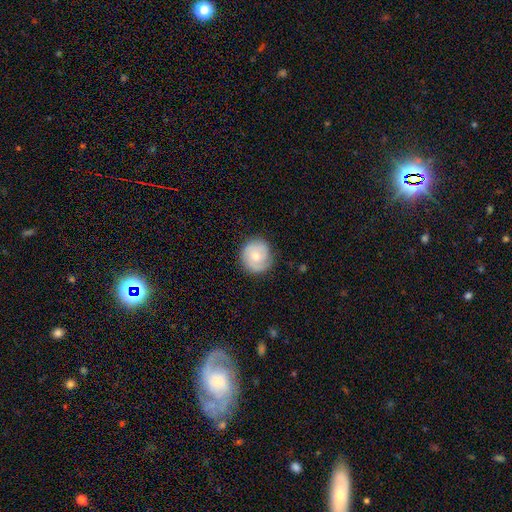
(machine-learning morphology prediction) Overall: featured or disk (48%; smooth 45%). Merging: none (79%).